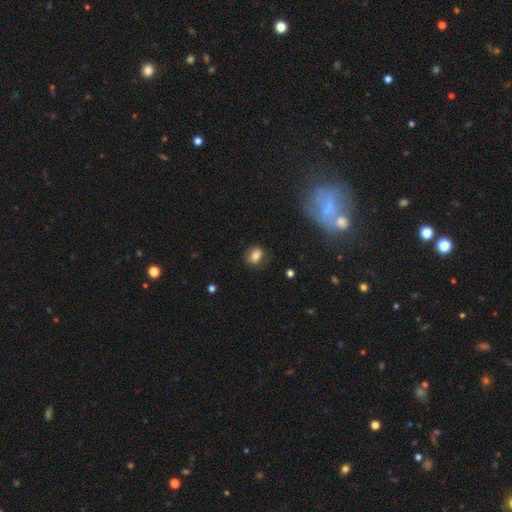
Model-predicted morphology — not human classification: Overall: smooth (76%). How rounded: in between (51%; round 47%). Merging: none (77%).